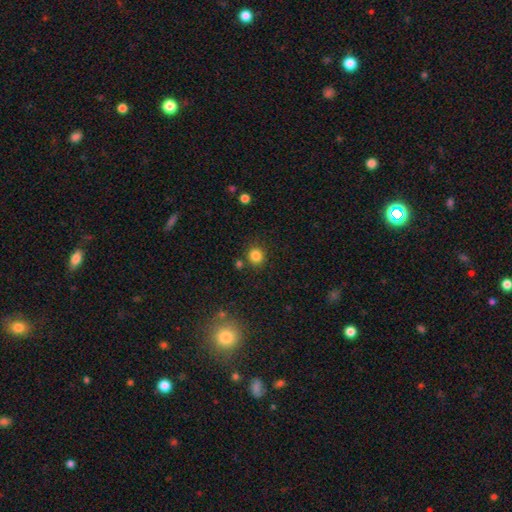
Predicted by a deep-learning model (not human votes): smooth 83%, star or artifact 12%, featured or disk 4%. Down the decision tree: how rounded — round (89%); merging — none (84%).